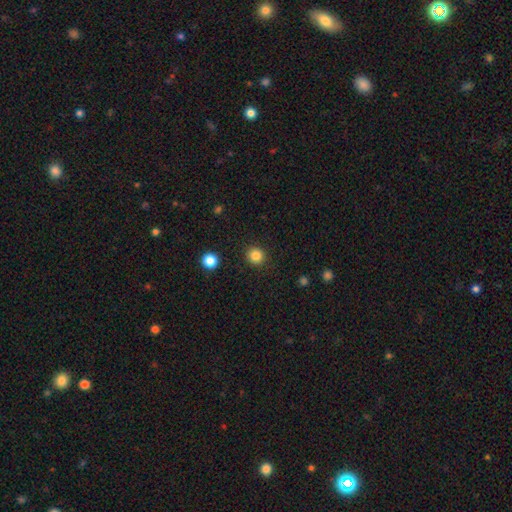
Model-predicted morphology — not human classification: type=smooth (84%); roundness=round (91%); merging=none (91%).